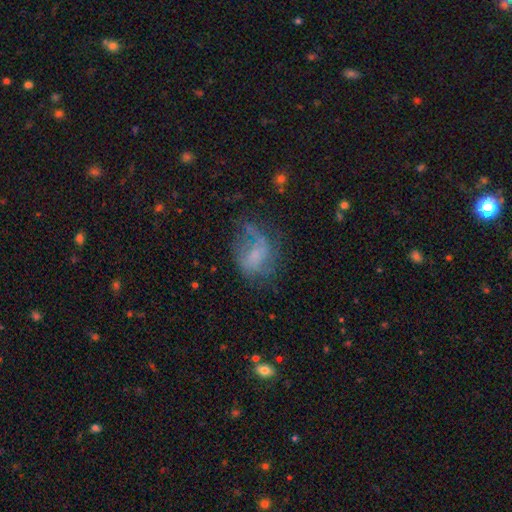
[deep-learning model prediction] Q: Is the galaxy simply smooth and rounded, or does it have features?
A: featured or disk — 47%.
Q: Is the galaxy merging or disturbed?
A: none — 36%.